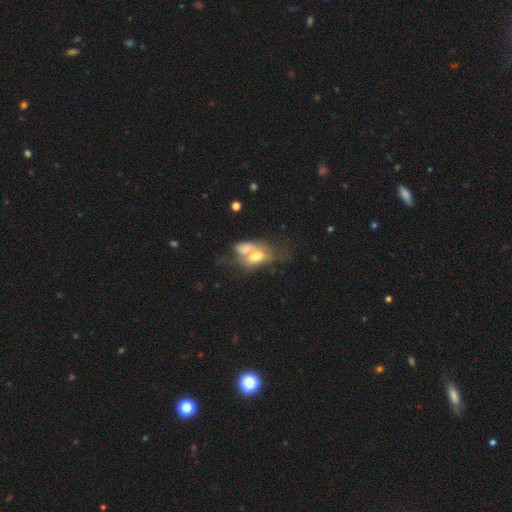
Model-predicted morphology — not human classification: The model was most divided on "smooth or featured": smooth: 56%, featured or disk: 35%, star or artifact: 9%. More confident: how rounded — in between (80%); merging — merger (64%).